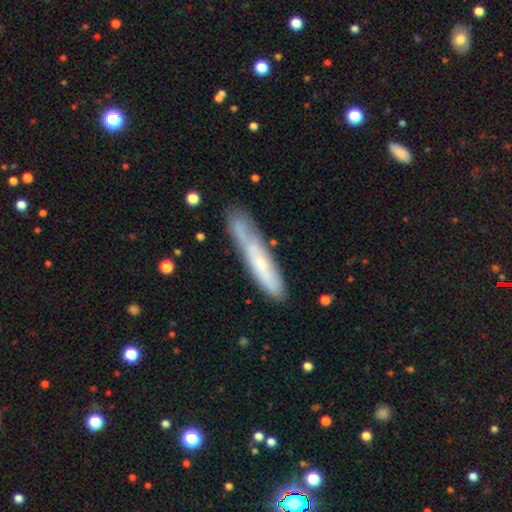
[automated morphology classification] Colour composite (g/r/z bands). It shows a smooth galaxy with no disk features (51%) that is cigar-shaped (91%). Merging: none (69%).